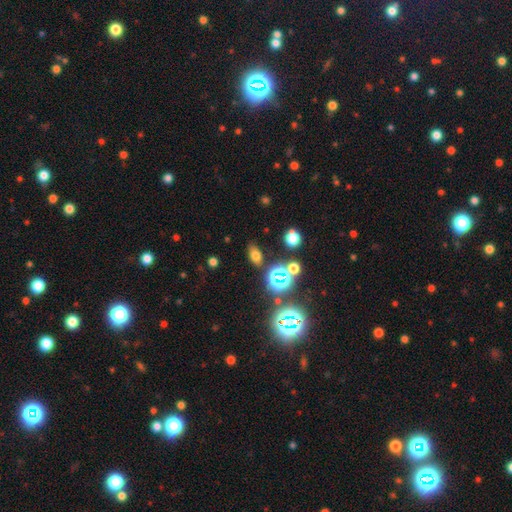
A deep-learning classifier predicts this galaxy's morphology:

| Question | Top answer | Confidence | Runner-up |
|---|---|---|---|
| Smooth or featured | smooth | 62% | star or artifact (27%) |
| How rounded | in between | 81% | round (16%) |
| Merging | none | 80% | minor disturbance (12%) |